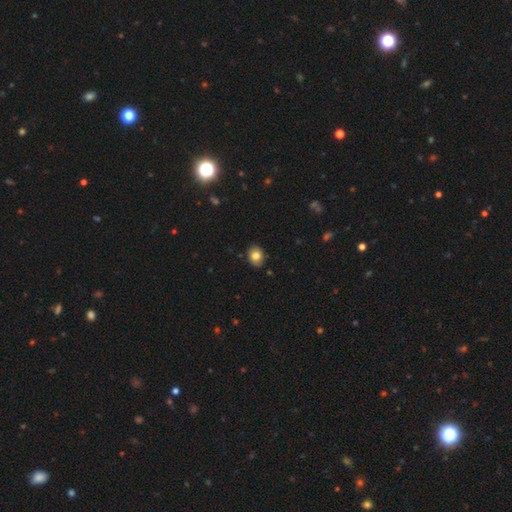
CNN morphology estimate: A smooth galaxy with no disk features (83%) that is in between round and cigar-shaped (56%). Merging: none (87%).